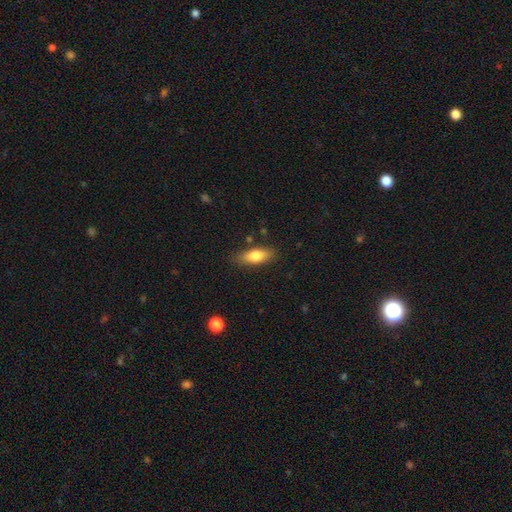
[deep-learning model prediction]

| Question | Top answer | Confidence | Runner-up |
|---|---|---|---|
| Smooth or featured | smooth | 75% | featured or disk (18%) |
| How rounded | in between | 71% | cigar-shaped (26%) |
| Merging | none | 83% | minor disturbance (12%) |